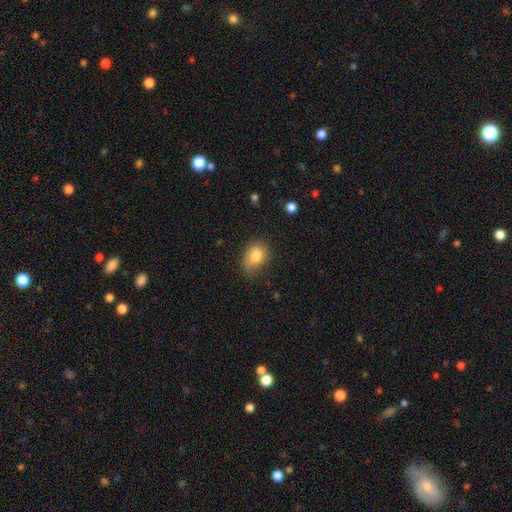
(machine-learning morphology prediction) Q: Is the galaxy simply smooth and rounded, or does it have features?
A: smooth — 81%.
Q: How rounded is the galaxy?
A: in between — 72%.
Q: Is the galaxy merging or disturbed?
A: none — 54%.